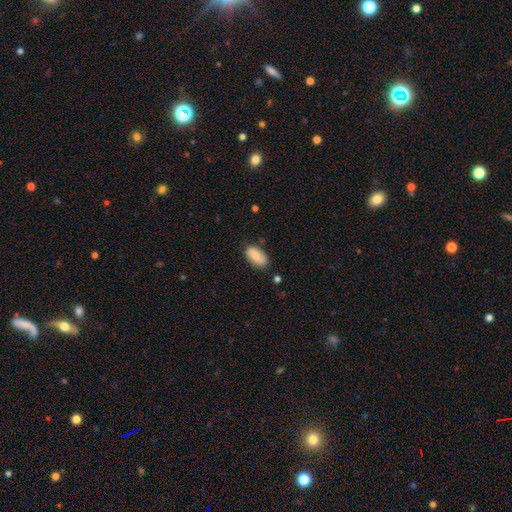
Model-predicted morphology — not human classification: type=smooth (79%); roundness=in between (93%); merging=none (79%).